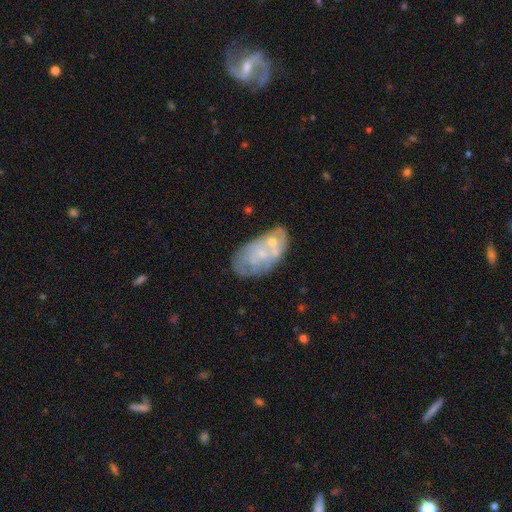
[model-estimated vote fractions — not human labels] Smooth or featured? Predicted: featured or disk (p=0.58). Edge-on disk? Predicted: no (p=0.96). Bar? Predicted: no (p=0.87). Spiral arms? Predicted: no (p=0.77). Bulge size? Predicted: small (p=0.49). Merging? Predicted: none (p=0.37).